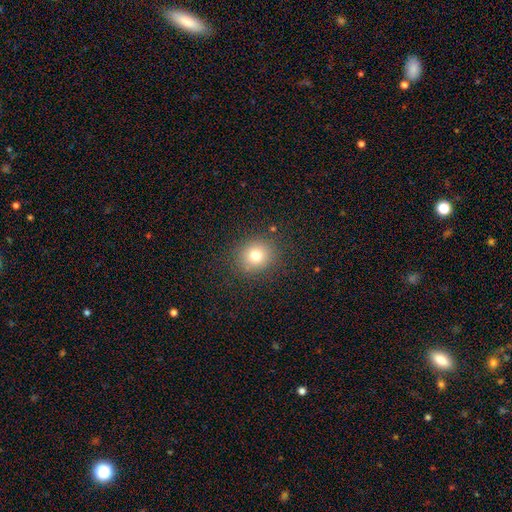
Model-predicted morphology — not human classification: smooth 76%, star or artifact 14%, featured or disk 10%. Down the decision tree: how rounded — round (82%); merging — none (86%).